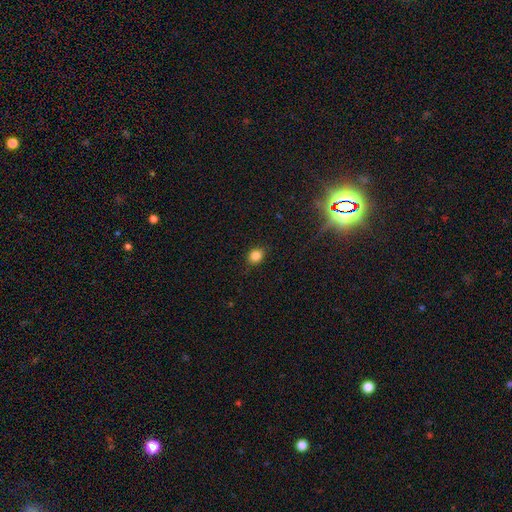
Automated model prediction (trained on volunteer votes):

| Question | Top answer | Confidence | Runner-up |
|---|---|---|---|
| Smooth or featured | smooth | 84% | star or artifact (11%) |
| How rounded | round | 59% | in between (40%) |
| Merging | none | 87% | minor disturbance (9%) |